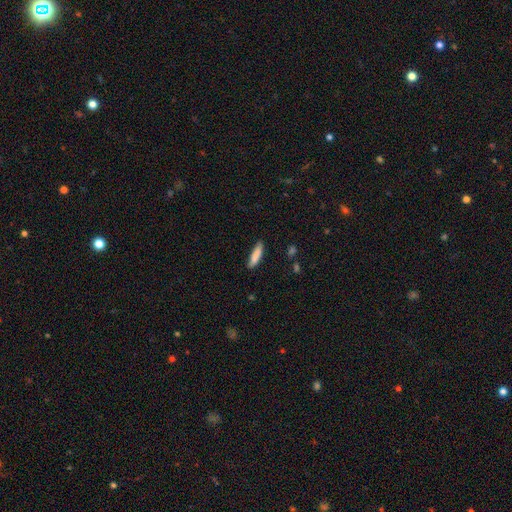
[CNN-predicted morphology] A smooth galaxy with no disk features (85%) that is cigar-shaped (77%).

Vote fractions:
- Smooth or featured? smooth: 85% / featured or disk: 9% / star or artifact: 6%
- How rounded? cigar-shaped: 77% / in between: 22% / round: 1%
- Merging? none: 82% / minor disturbance: 14% / major disturbance: 2% / merger: 2%